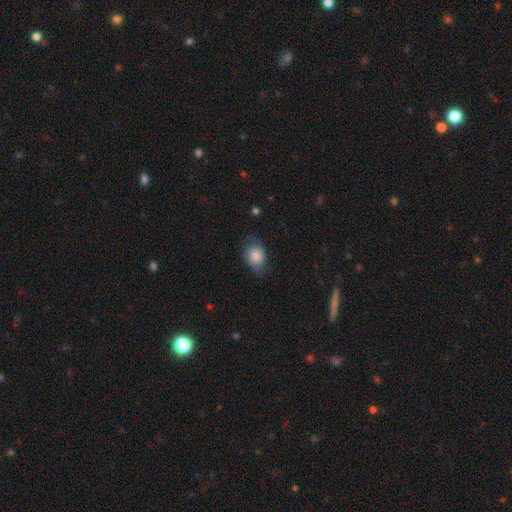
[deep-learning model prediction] Smooth or featured? smooth (84%)
How rounded? in between (74%)
Merging? none (66%)